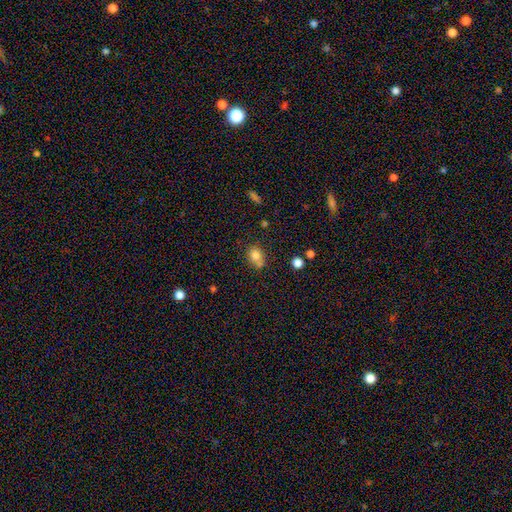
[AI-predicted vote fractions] The model was most divided on "how rounded": round: 59%, in between: 40%, cigar-shaped: 1%. More confident: smooth or featured — smooth (77%); merging — none (50%).